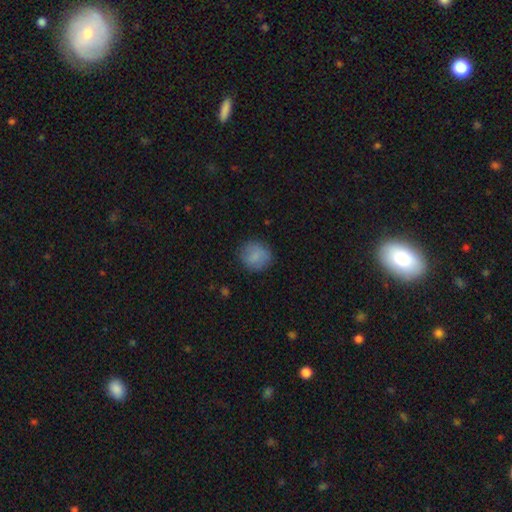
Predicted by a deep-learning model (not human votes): smooth-or-featured: smooth: 84% | star or artifact: 8% | featured or disk: 8%
  how-rounded: round: 85% | in between: 14% | cigar-shaped: 1%
  merging: none: 82% | minor disturbance: 13% | major disturbance: 4% | merger: 1%